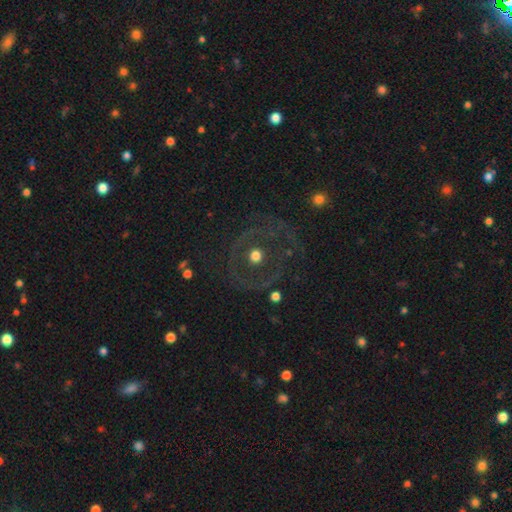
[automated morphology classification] This is possibly a featured or disk galaxy (50%). It is clearly not viewed edge-on (95%). Merging: likely none (74%).